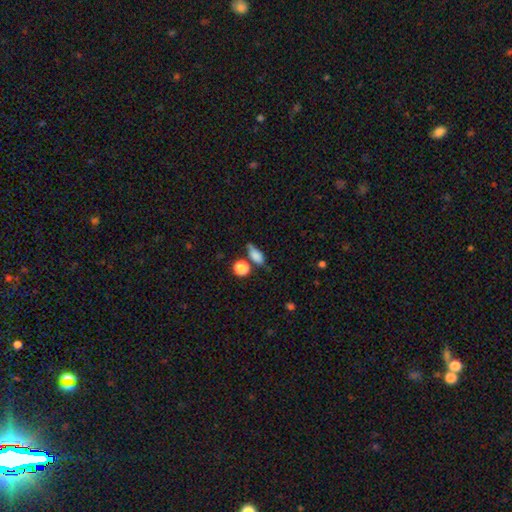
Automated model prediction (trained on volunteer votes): Q: Smooth or featured?
A: smooth (79%); runner-up: star or artifact (11%)
Q: How rounded?
A: in between (74%); runner-up: round (13%)
Q: Merging?
A: none (52%); runner-up: minor disturbance (25%)